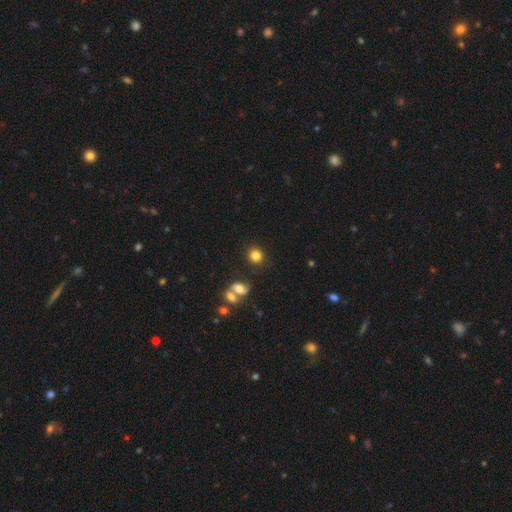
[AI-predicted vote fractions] This is clearly a smooth galaxy (83%). How rounded: clearly round (86%). Merging: clearly none (83%).